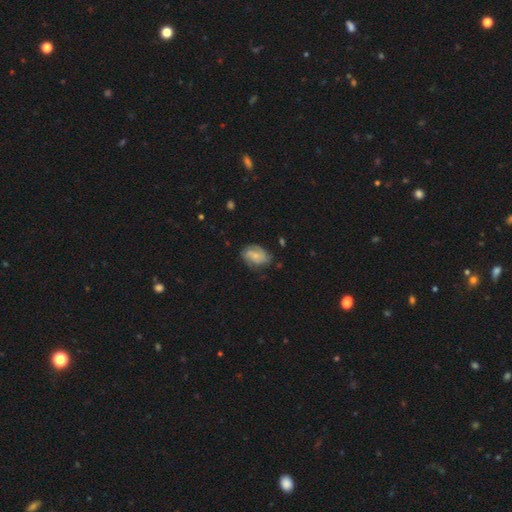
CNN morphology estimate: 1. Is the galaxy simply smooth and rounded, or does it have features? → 55% featured or disk, 37% smooth, 8% star or artifact.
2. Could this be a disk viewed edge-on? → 97% no, 3% yes.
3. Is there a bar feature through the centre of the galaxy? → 65% no, 30% weak, 6% strong.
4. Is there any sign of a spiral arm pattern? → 84% yes, 16% no.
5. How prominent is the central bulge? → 61% small, 26% moderate, 10% none, 2% large, 1% dominant.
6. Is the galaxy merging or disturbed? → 63% none, 26% minor disturbance, 9% major disturbance, 2% merger.